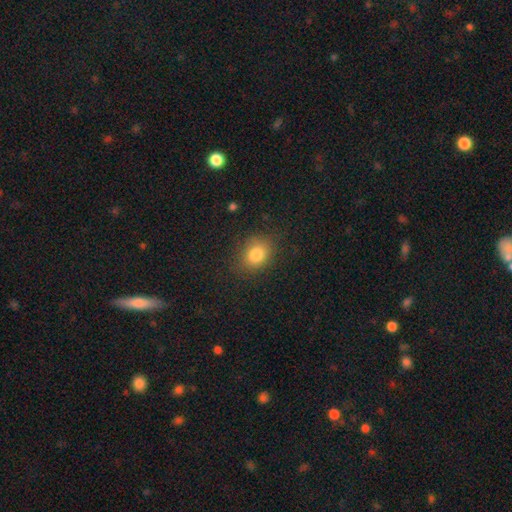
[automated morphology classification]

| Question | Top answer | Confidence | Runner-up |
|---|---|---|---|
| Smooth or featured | smooth | 81% | star or artifact (12%) |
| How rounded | round | 52% | in between (47%) |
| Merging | none | 81% | minor disturbance (13%) |